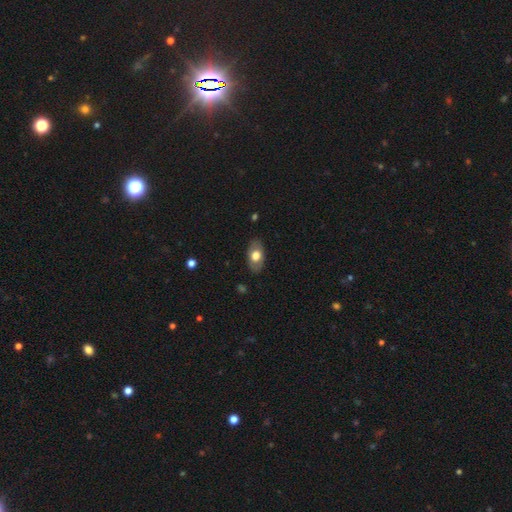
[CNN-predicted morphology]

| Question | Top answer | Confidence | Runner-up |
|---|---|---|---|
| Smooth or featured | smooth | 68% | featured or disk (26%) |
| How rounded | in between | 91% | round (7%) |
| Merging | none | 84% | minor disturbance (12%) |